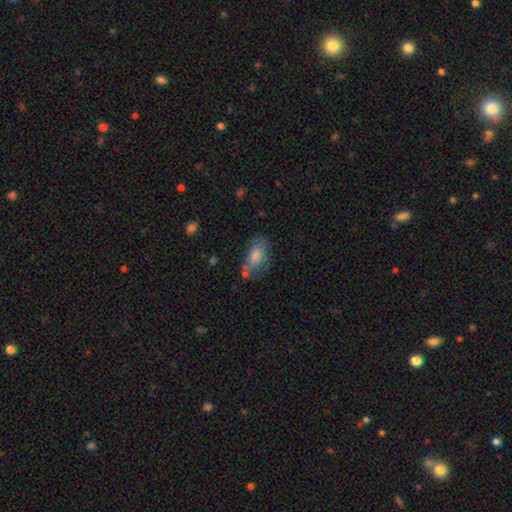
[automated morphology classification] Smooth or featured? smooth (70%)
How rounded? in between (88%)
Merging? none (53%)